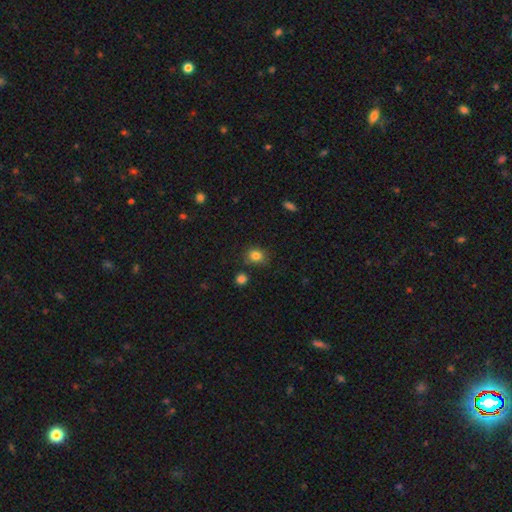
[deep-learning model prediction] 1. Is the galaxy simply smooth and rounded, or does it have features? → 83% smooth, 12% star or artifact, 6% featured or disk.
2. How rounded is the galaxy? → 68% round, 31% in between, 1% cigar-shaped.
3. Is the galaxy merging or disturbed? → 76% none, 15% minor disturbance, 5% merger, 4% major disturbance.